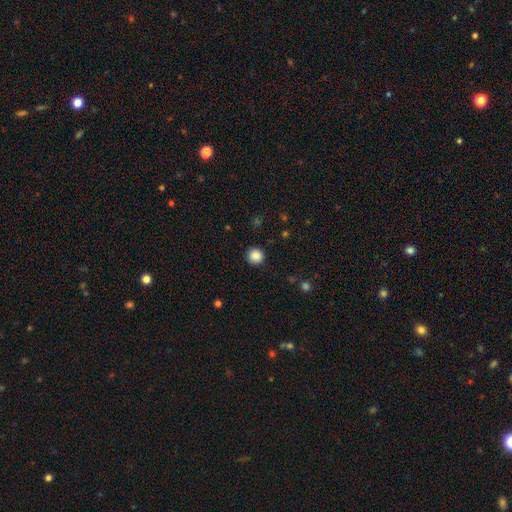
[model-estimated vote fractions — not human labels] Overall: smooth (85%). How rounded: round (95%). Merging: none (92%).